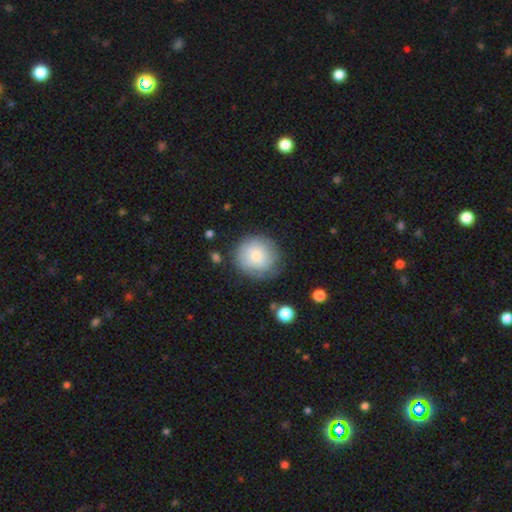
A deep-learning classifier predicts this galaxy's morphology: Q: Smooth or featured?
A: smooth (74%); runner-up: featured or disk (19%)
Q: How rounded?
A: round (91%); runner-up: in between (8%)
Q: Merging?
A: none (73%); runner-up: minor disturbance (19%)